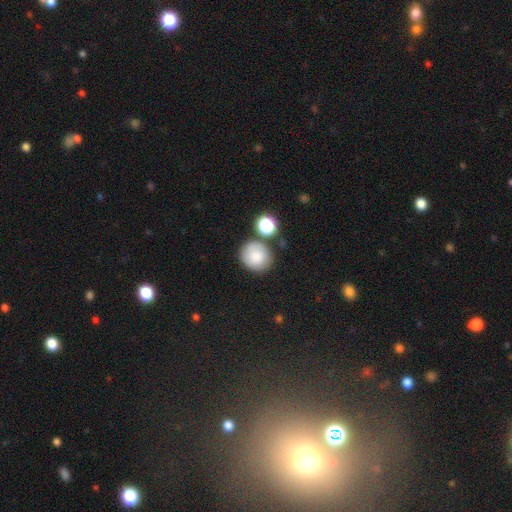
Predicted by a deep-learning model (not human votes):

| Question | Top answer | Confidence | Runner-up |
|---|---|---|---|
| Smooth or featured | smooth | 82% | featured or disk (9%) |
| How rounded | round | 84% | in between (15%) |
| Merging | none | 68% | minor disturbance (14%) |